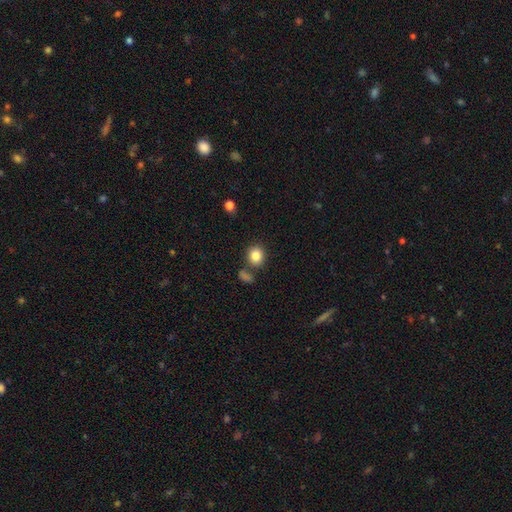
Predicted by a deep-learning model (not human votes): A smooth galaxy with no disk features (84%) that is round (77%). Merging: none (76%).